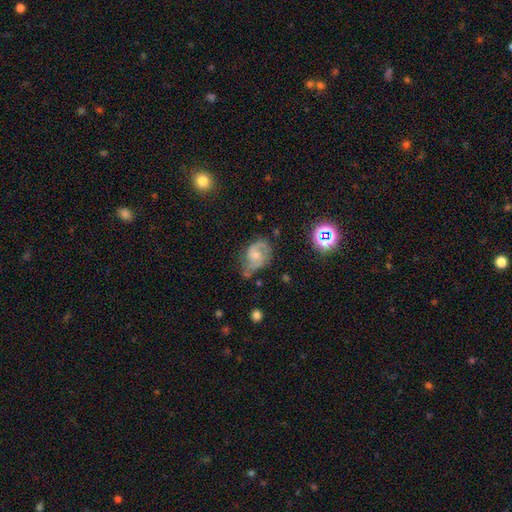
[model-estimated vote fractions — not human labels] The model was most divided on "bulge size": moderate: 49%, small: 41%, none: 5%, large: 3%, dominant: 1%. More confident: edge-on disk — no (97%); spiral arms — yes (94%); spiral arm count — 2 (83%); smooth or featured — featured or disk (76%); merging — none (60%); bar — no (58%); spiral winding — medium (51%).